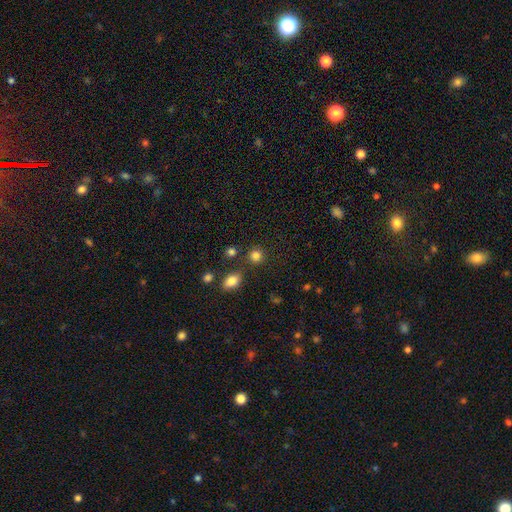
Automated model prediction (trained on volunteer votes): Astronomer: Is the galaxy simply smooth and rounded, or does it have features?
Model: smooth — 83%.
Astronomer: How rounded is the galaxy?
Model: round — 88%.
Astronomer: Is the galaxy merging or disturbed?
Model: none — 80%.